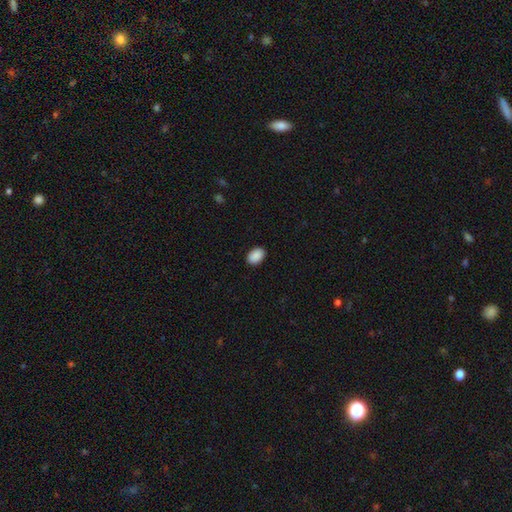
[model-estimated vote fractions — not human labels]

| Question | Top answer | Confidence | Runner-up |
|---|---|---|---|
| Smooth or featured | smooth | 90% | star or artifact (7%) |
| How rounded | in between | 83% | round (16%) |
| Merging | none | 90% | minor disturbance (7%) |